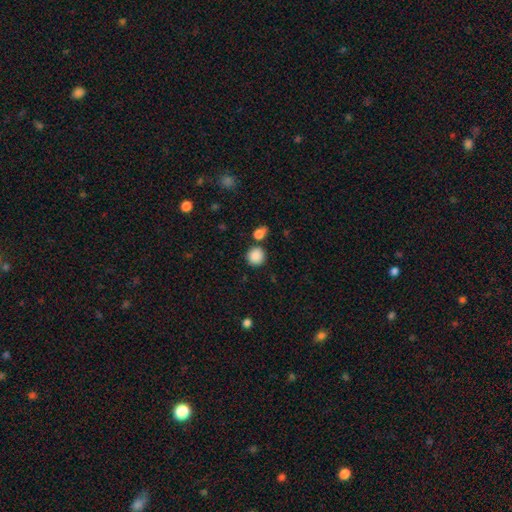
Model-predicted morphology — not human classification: smooth 87%, star or artifact 9%, featured or disk 4%. Down the decision tree: how rounded — round (91%); merging — none (79%).